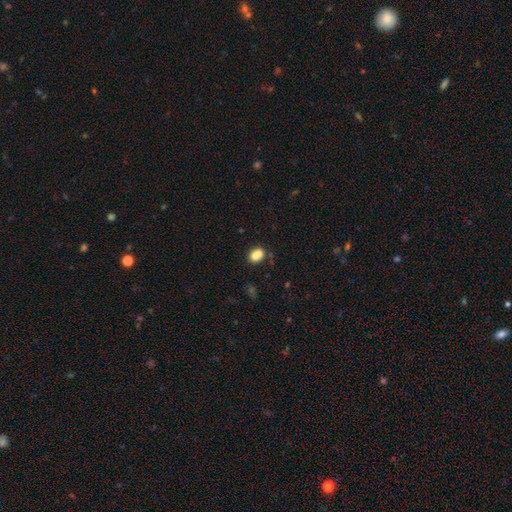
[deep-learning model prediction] A smooth galaxy with no disk features (75%) that is round (55%).

Vote fractions:
- Smooth or featured? smooth: 75% / featured or disk: 14% / star or artifact: 11%
- How rounded? round: 55% / in between: 44% / cigar-shaped: 1%
- Merging? none: 42% / merger: 41% / minor disturbance: 13% / major disturbance: 5%